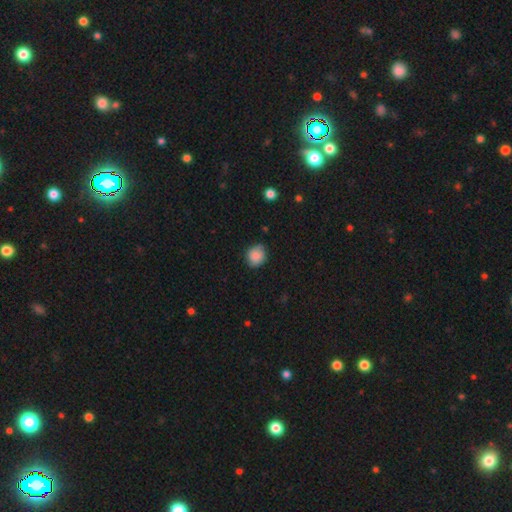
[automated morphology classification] Q: Smooth or featured?
A: smooth (87%); runner-up: star or artifact (8%)
Q: How rounded?
A: round (77%); runner-up: in between (22%)
Q: Merging?
A: none (77%); runner-up: minor disturbance (18%)